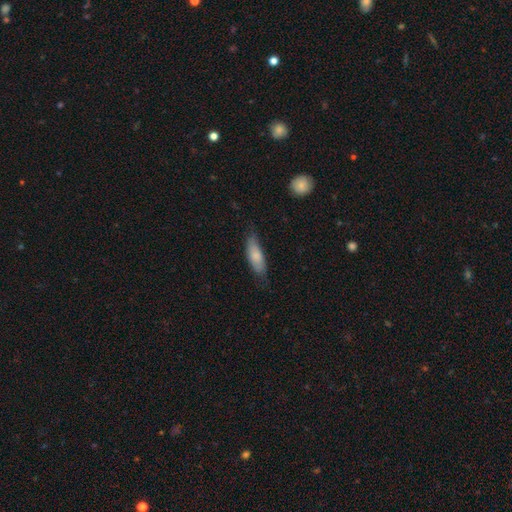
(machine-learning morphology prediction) This is likely a smooth galaxy (78%). How rounded: likely in between (61%). Merging: likely none (67%).